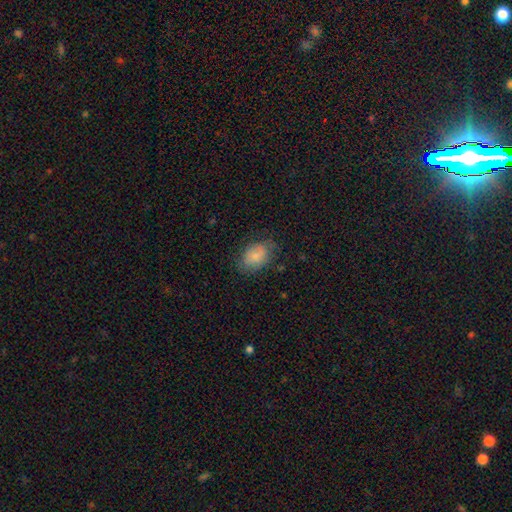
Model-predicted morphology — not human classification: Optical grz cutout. It shows a smooth galaxy with no disk features (82%) that is in between round and cigar-shaped (79%). Merging: none (72%).